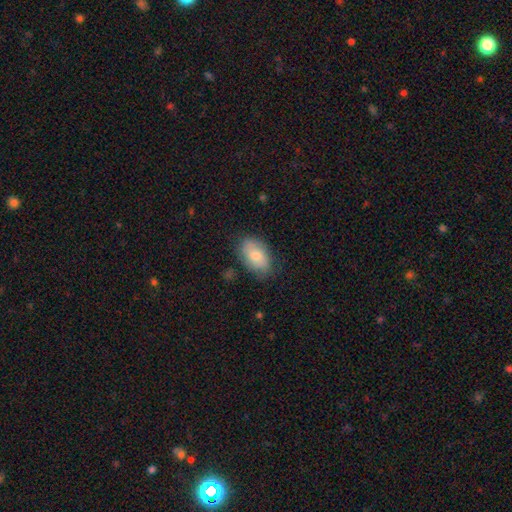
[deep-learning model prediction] This is likely a smooth galaxy (73%). How rounded: clearly in between (89%). Merging: likely none (75%).